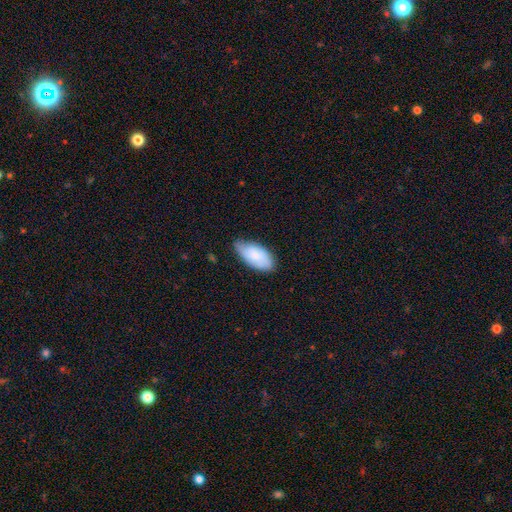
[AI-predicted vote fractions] smooth_or_featured: smooth (p=0.80) [alt: featured or disk p=0.14]
how_rounded: in between (p=0.94) [alt: cigar-shaped p=0.04]
merging: none (p=0.59) [alt: minor disturbance p=0.35]